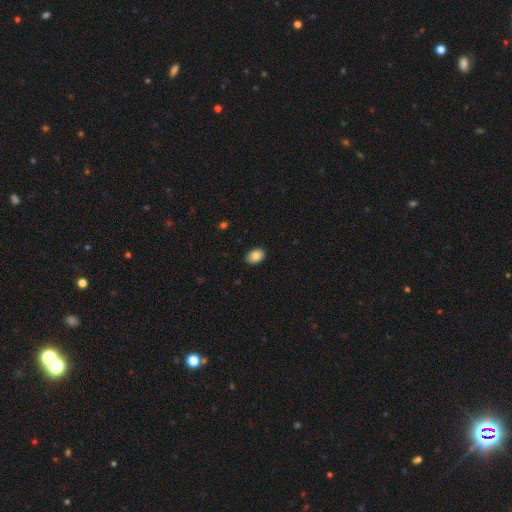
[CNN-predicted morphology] smooth 83%, featured or disk 9%, star or artifact 8%. Down the decision tree: how rounded — in between (81%); merging — none (88%).